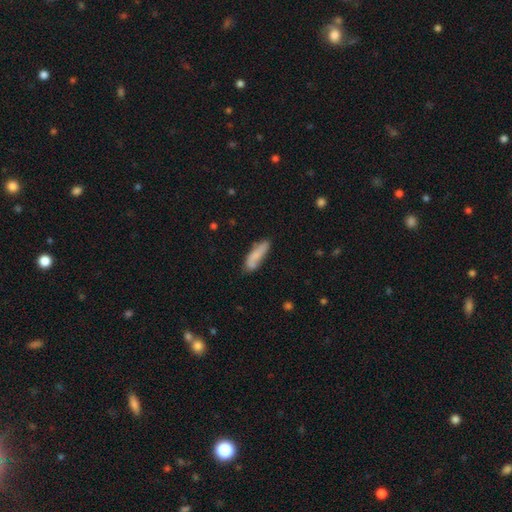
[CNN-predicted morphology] Q: Smooth or featured?
A: smooth (71%); runner-up: featured or disk (22%)
Q: How rounded?
A: cigar-shaped (57%); runner-up: in between (41%)
Q: Merging?
A: none (67%); runner-up: minor disturbance (23%)